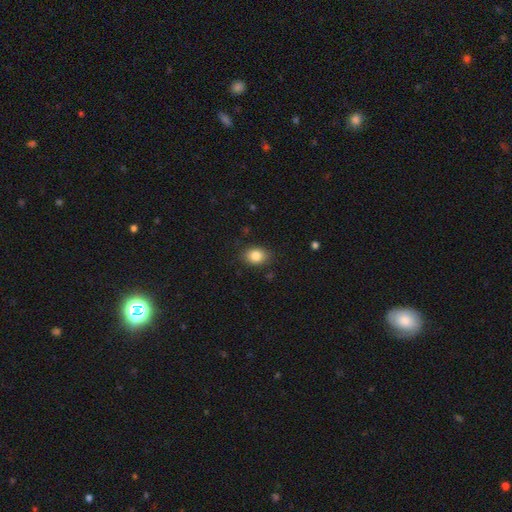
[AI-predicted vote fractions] smooth 84%, star or artifact 9%, featured or disk 7%. Down the decision tree: how rounded — in between (66%); merging — none (84%).